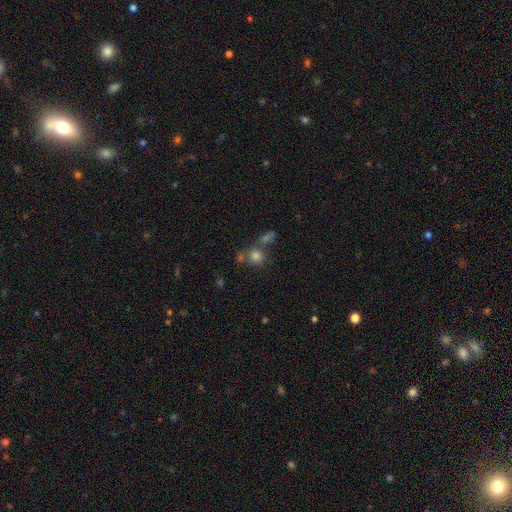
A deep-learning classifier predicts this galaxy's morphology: This appears to be a smooth galaxy with no disk features (77%) that is round (80%). Merging: none (54%).